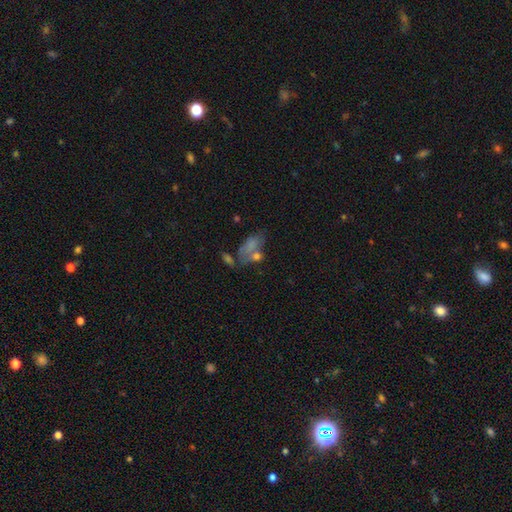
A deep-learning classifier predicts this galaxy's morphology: Smooth or featured? Predicted: smooth (p=0.59). How rounded? Predicted: in between (p=0.85). Merging? Predicted: none (p=0.35).